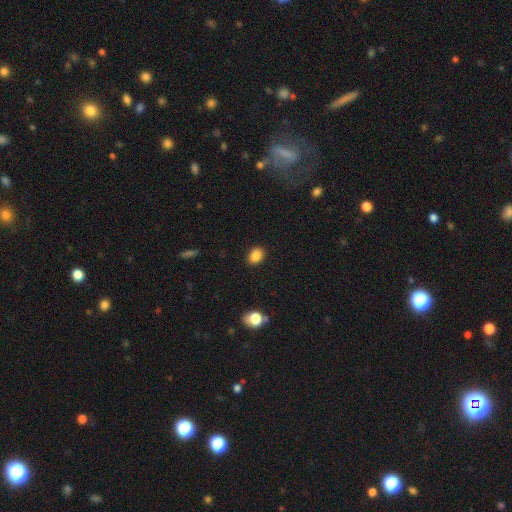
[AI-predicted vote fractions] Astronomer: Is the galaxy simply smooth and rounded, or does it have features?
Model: smooth — 85%.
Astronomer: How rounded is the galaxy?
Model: in between — 59% (runner-up: round, 40%).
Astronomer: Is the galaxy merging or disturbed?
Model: none — 88%.